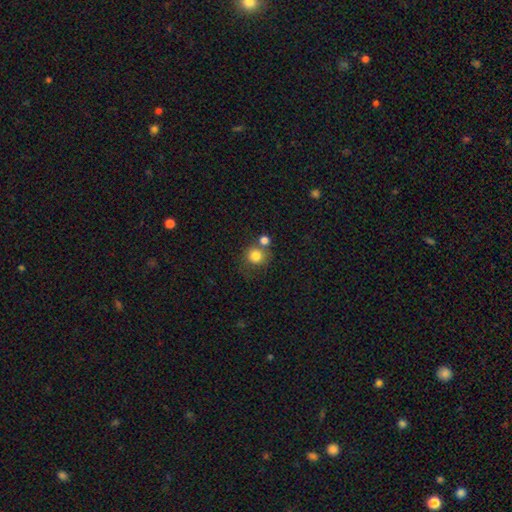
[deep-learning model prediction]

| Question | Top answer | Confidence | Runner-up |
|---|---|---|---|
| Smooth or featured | smooth | 82% | star or artifact (11%) |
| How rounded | round | 90% | in between (9%) |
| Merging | none | 58% | merger (27%) |